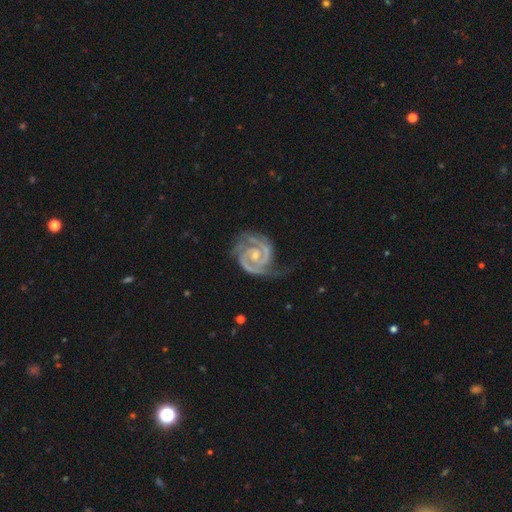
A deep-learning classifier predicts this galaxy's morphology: This is clearly a featured or disk galaxy (93%). It is clearly not viewed edge-on (98%). Bar: possibly no (56%). Spiral arm pattern: clearly yes (99%). Spiral arm count: clearly 2 (83%). Spiral winding: likely tight (66%). Central bulge: possibly small (54%). Merging: likely none (64%).